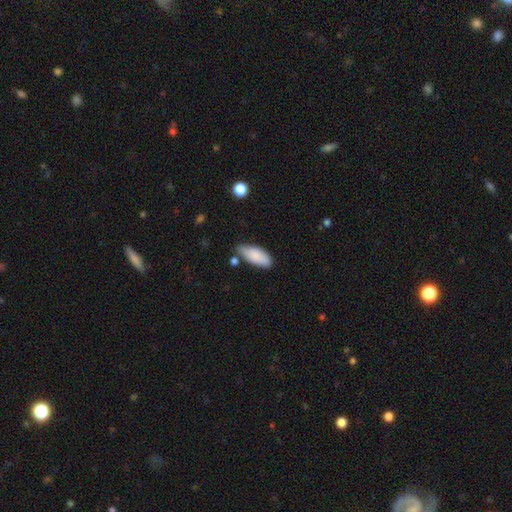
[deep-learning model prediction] Smooth or featured?
  - smooth: 85% *
  - featured or disk: 9%
  - star or artifact: 6%
How rounded?
  - in between: 85% *
  - cigar-shaped: 13%
  - round: 2%
Merging?
  - none: 67% *
  - minor disturbance: 24%
  - merger: 6%
  - major disturbance: 4%